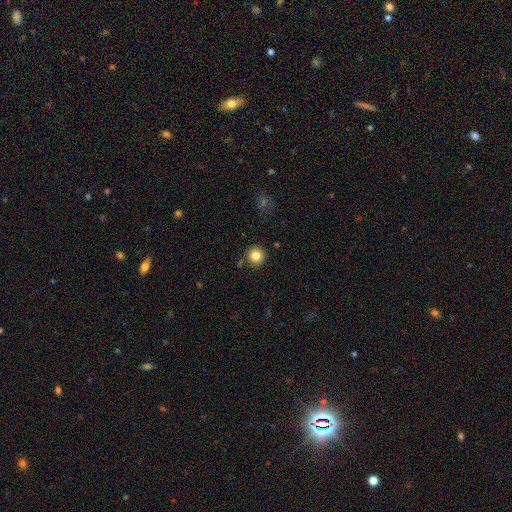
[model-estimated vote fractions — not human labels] smooth-or-featured: smooth: 83% | star or artifact: 11% | featured or disk: 6%
  how-rounded: round: 95% | in between: 4% | cigar-shaped: 1%
  merging: none: 86% | minor disturbance: 8% | merger: 4% | major disturbance: 2%